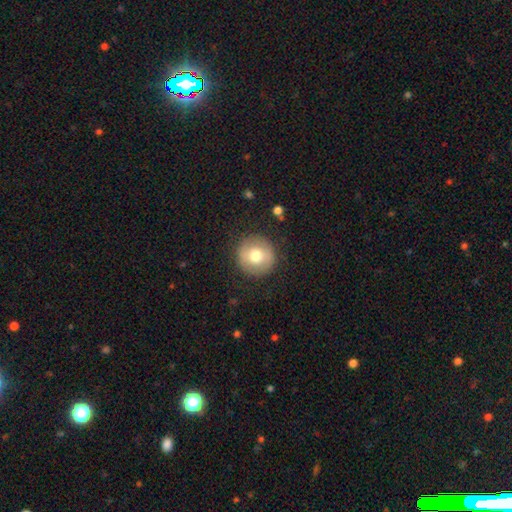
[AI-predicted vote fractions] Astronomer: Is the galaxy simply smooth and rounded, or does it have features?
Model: smooth — 71%.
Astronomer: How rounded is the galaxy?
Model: round — 95%.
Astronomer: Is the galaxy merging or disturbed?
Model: none — 89%.